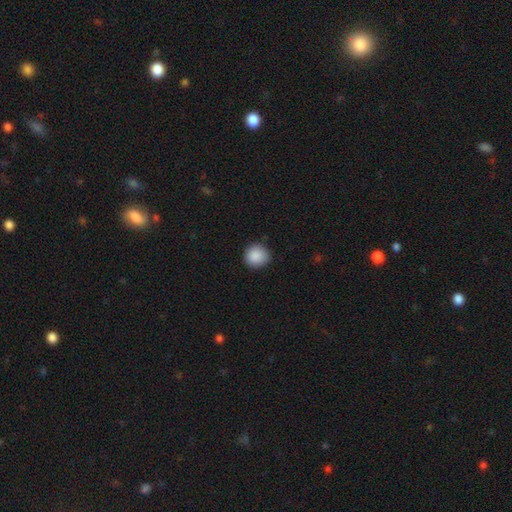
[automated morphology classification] type=smooth (89%); roundness=round (91%); merging=none (86%).